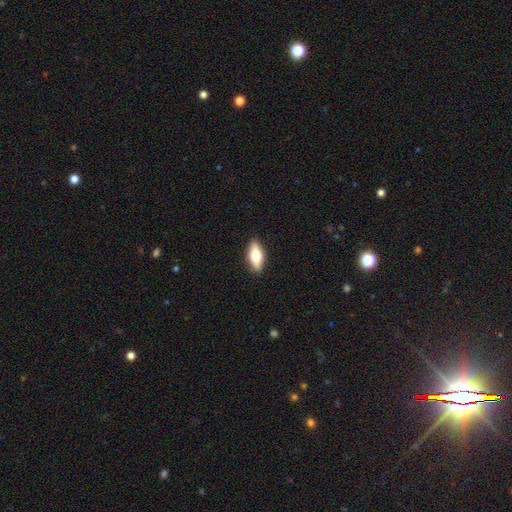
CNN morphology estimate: The model was most divided on "smooth or featured": smooth: 61%, featured or disk: 32%, star or artifact: 7%. More confident: merging — none (89%); how rounded — in between (77%).